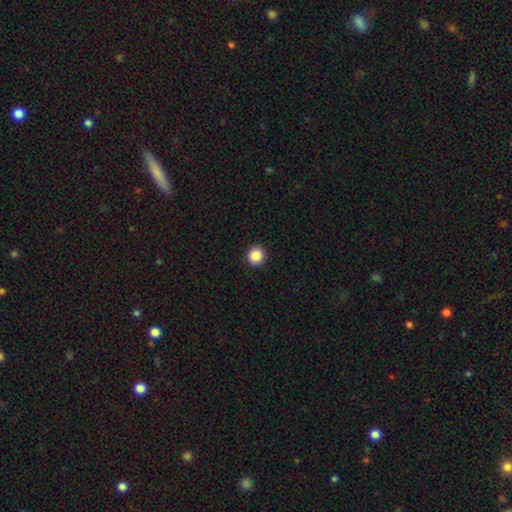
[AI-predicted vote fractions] This appears to be a smooth galaxy with no disk features (87%) that is round (93%). Merging: none (93%).